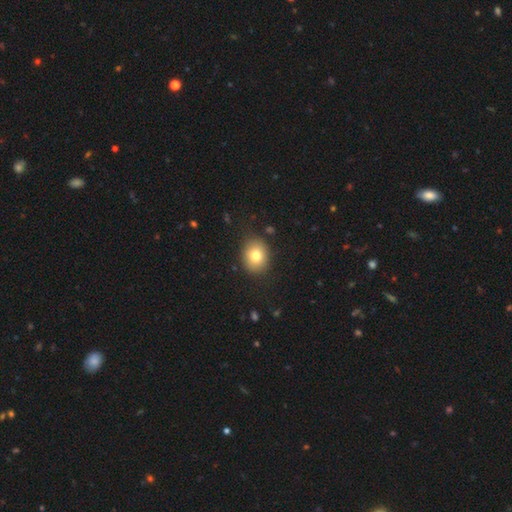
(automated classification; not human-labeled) This is likely a smooth galaxy (78%). How rounded: likely round (65%). Merging: clearly none (87%).